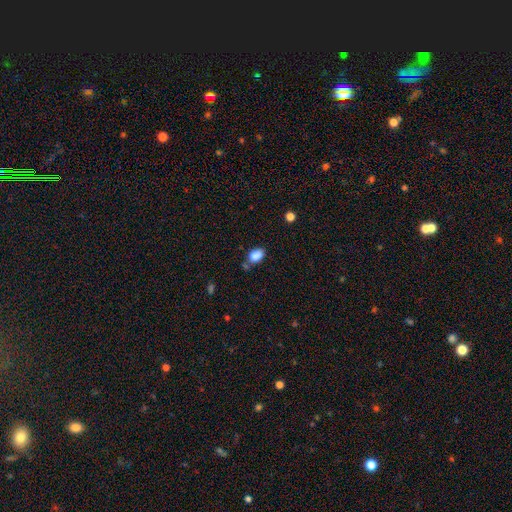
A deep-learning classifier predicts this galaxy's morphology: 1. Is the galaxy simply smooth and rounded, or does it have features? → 85% smooth, 9% star or artifact, 6% featured or disk.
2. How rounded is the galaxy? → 82% in between, 17% round, 1% cigar-shaped.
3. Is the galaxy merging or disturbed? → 58% none, 23% minor disturbance, 13% merger, 6% major disturbance.